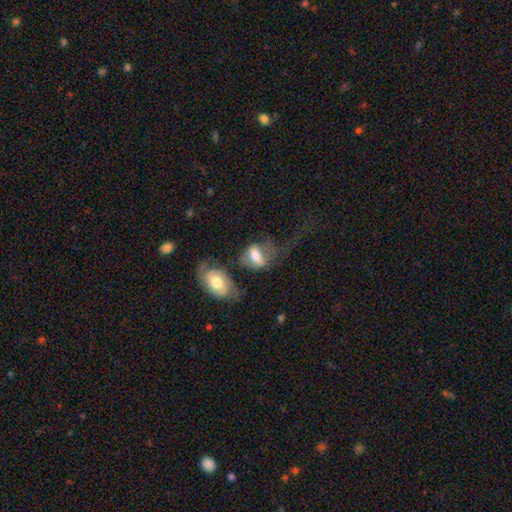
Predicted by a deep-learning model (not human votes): Smooth or featured? Predicted: smooth (p=0.46, tied with featured or disk). Merging? Predicted: major disturbance (p=0.33).